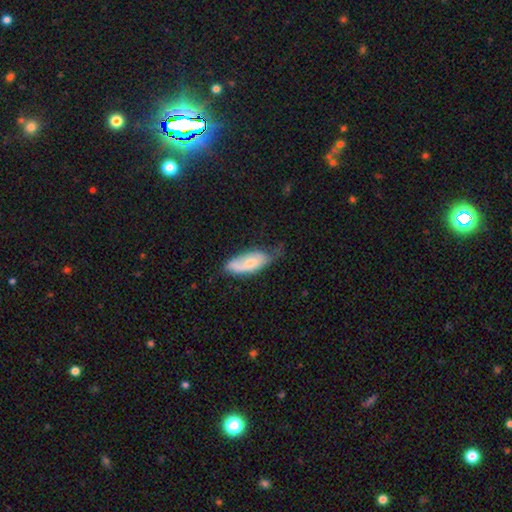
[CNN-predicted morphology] Smooth or featured?
  - smooth: 60% *
  - featured or disk: 33%
  - star or artifact: 7%
How rounded?
  - in between: 78% *
  - cigar-shaped: 20%
  - round: 2%
Merging?
  - none: 47% *
  - minor disturbance: 39%
  - major disturbance: 11%
  - merger: 3%